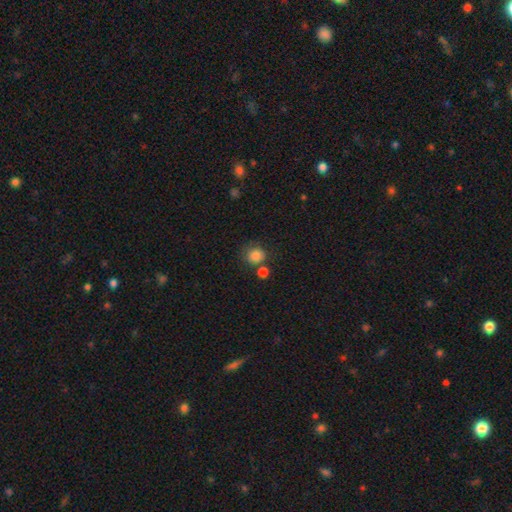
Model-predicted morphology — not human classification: The model was most divided on "merging": none: 64%, merger: 18%, minor disturbance: 13%, major disturbance: 5%. More confident: how rounded — round (86%); smooth or featured — smooth (84%).